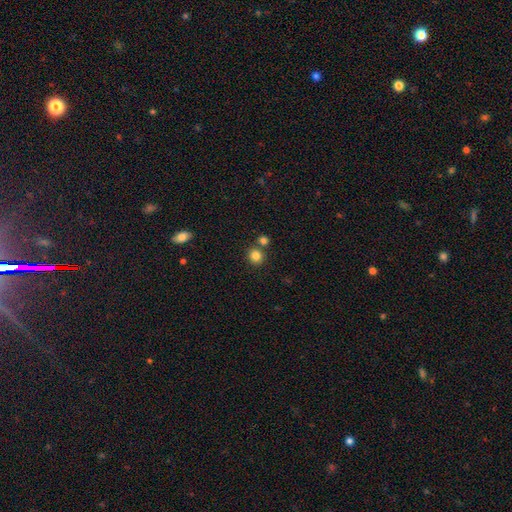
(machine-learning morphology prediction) This is clearly a smooth galaxy (83%). How rounded: clearly round (88%). Merging: likely none (74%).